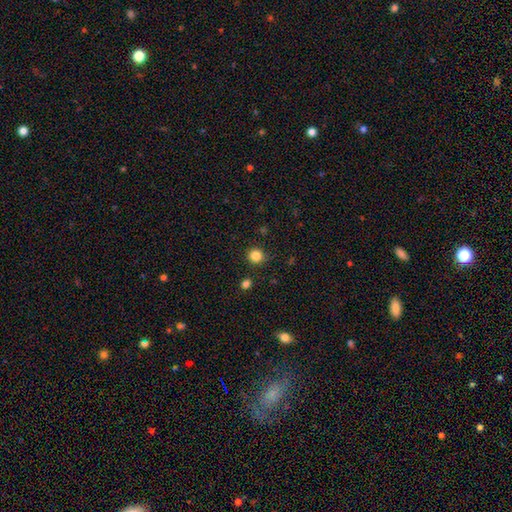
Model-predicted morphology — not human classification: This is clearly a smooth galaxy (84%). How rounded: clearly round (92%). Merging: clearly none (88%).